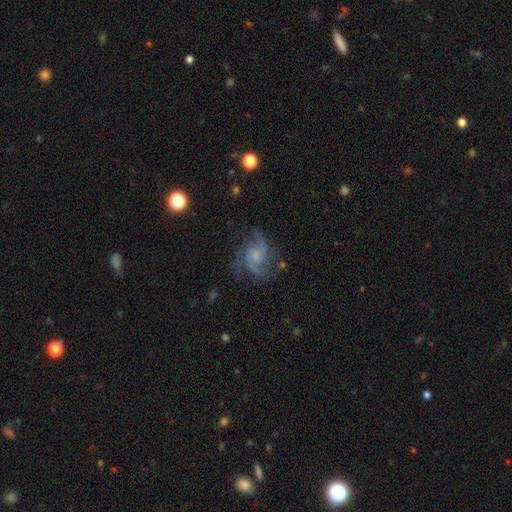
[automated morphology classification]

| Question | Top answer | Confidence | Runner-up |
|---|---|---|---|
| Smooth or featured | featured or disk | 81% | smooth (11%) |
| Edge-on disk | no | 98% | yes (2%) |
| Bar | no | 65% | weak (31%) |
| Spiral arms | yes | 95% | no (5%) |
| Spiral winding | medium | 53% | loose (27%) |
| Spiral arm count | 2 | 39% | 3 (31%) |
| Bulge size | small | 42% | moderate (27%) |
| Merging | none | 63% | minor disturbance (19%) |